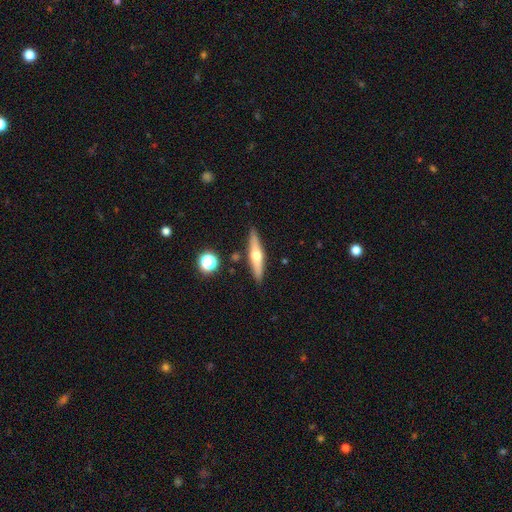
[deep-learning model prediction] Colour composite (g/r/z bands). It shows a featured or disk galaxy (57%) viewed edge-on (94%) with a rounded central bulge (93%). Merging: none (88%).